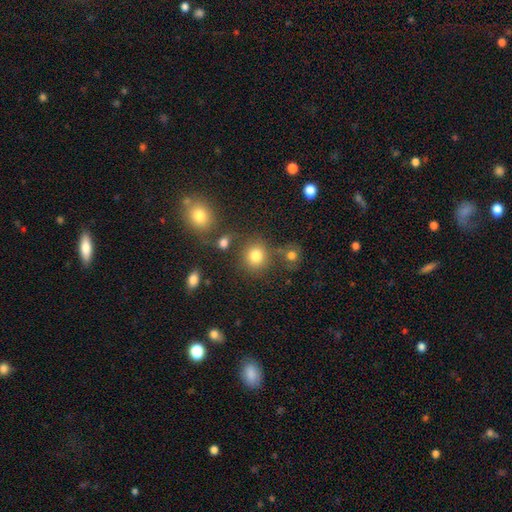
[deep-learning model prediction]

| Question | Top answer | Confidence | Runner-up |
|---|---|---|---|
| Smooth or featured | smooth | 80% | star or artifact (13%) |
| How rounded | round | 85% | in between (14%) |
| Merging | none | 70% | merger (13%) |